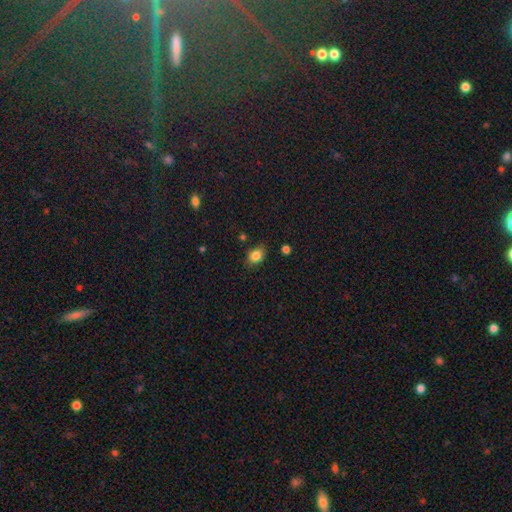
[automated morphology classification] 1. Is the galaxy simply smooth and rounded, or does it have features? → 83% smooth, 10% star or artifact, 7% featured or disk.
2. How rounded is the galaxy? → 72% in between, 27% round, 2% cigar-shaped.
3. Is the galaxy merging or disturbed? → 80% none, 15% minor disturbance, 3% major disturbance, 2% merger.